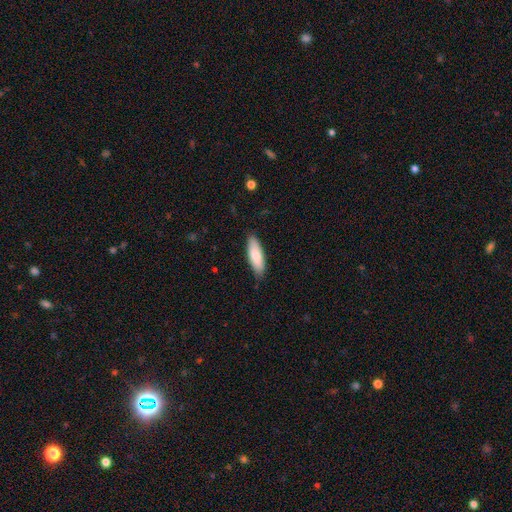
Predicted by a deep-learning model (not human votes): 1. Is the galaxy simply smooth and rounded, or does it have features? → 81% smooth, 14% featured or disk, 5% star or artifact.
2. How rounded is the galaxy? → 57% in between, 41% cigar-shaped, 2% round.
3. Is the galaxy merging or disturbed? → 83% none, 14% minor disturbance, 2% major disturbance, 1% merger.